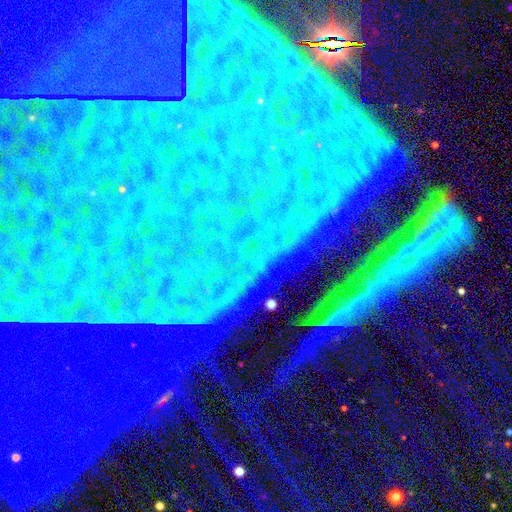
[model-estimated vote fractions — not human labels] The model was most divided on "smooth or featured": star or artifact: 85%, featured or disk: 8%, smooth: 7%.